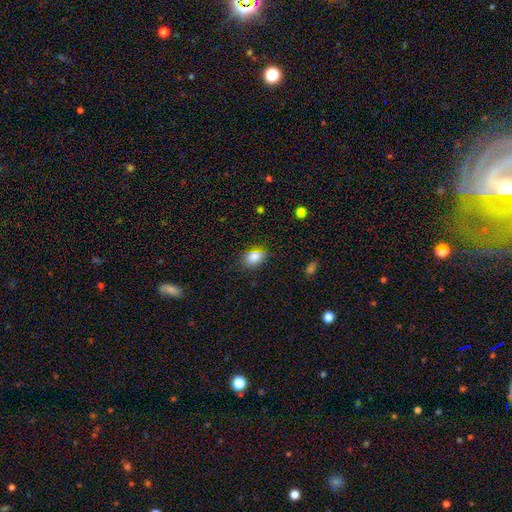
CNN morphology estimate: Smooth or featured: smooth — 84% (star or artifact — 10%)
How rounded: in between — 70% (round — 28%)
Merging: none — 75% (minor disturbance — 19%)